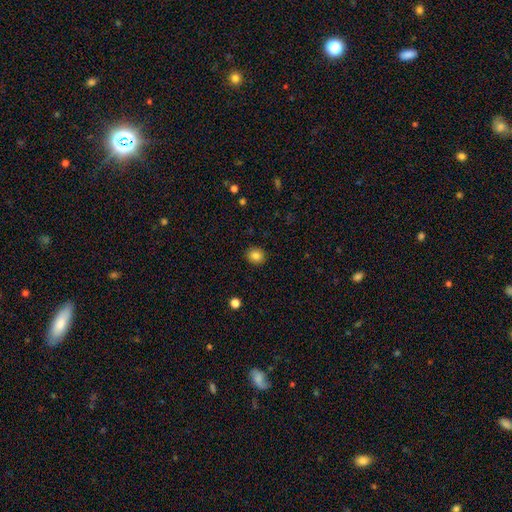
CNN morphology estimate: Smooth or featured: smooth — 84% (star or artifact — 10%)
How rounded: round — 77% (in between — 23%)
Merging: none — 90% (minor disturbance — 7%)